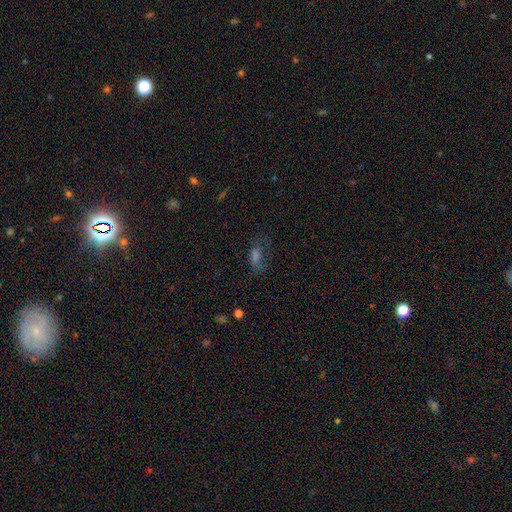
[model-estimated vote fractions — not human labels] A smooth galaxy with no disk features (47%).

Vote fractions:
- Smooth or featured? smooth: 47% / featured or disk: 29% / star or artifact: 24%
- Merging? none: 52% / major disturbance: 23% / minor disturbance: 22% / merger: 2%